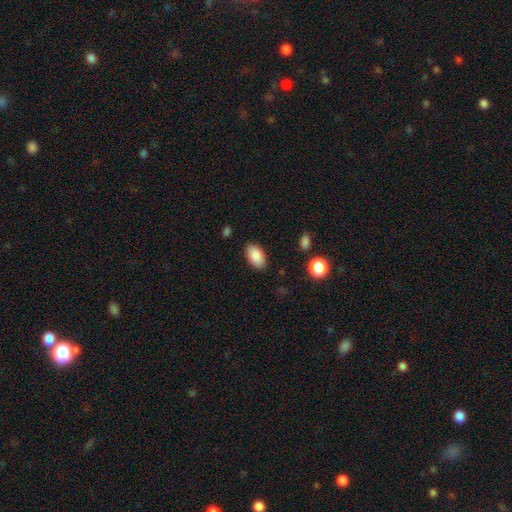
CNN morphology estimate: Overall: smooth (88%). How rounded: in between (93%). Merging: none (87%).